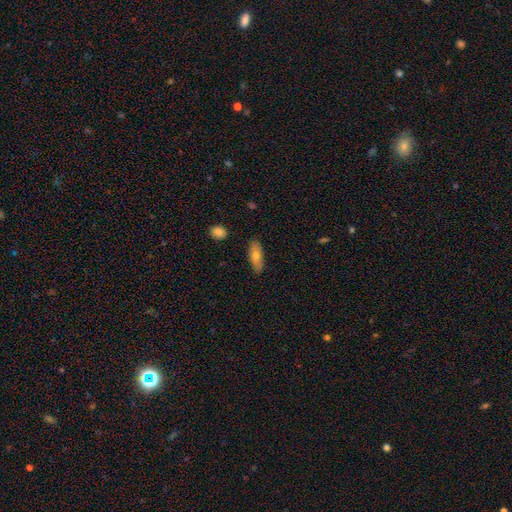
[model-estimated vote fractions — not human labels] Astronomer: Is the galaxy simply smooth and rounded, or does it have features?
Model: smooth — 69%.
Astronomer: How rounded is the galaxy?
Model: in between — 72%.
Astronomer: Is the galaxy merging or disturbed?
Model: none — 85%.